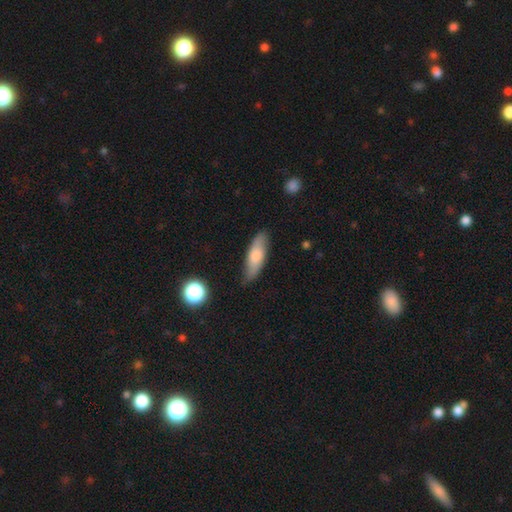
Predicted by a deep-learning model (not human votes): Smooth or featured: smooth — 70% (featured or disk — 24%)
How rounded: in between — 55% (cigar-shaped — 42%)
Merging: none — 79% (minor disturbance — 16%)